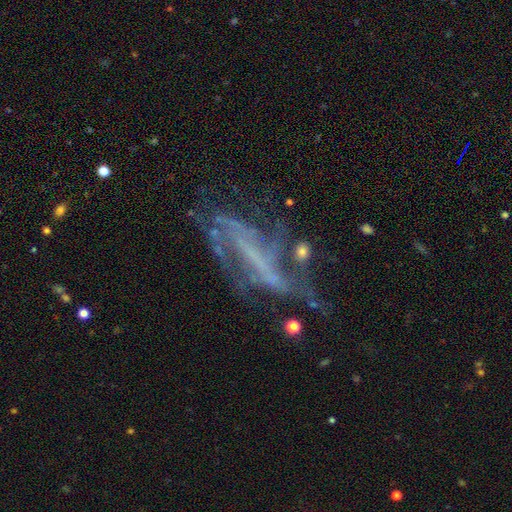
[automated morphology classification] A featured or disk galaxy (69%) with no bar (45%), spiral arms (56%) and no central bulge (73%). Merging: none (40%).